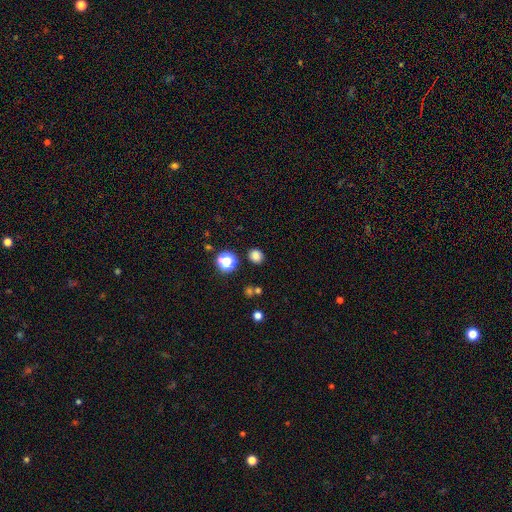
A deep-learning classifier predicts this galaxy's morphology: type=smooth (79%); roundness=round (82%); merging=none (87%).